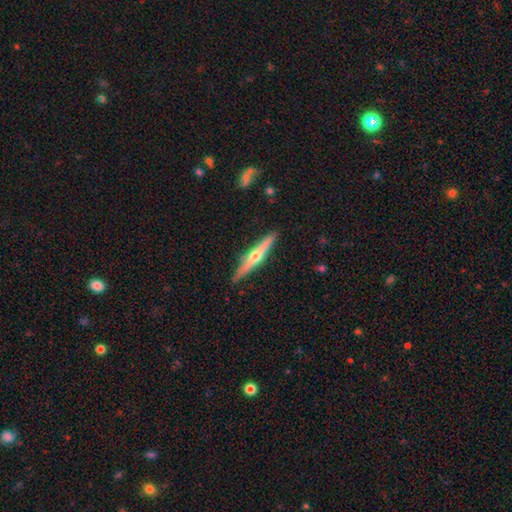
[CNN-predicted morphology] A featured or disk galaxy (70%) viewed edge-on (97%) with a rounded central bulge (93%).

Vote fractions:
- Smooth or featured? featured or disk: 70% / smooth: 25% / star or artifact: 5%
- Edge-on disk? yes: 97% / no: 3%
- Edge-on bulge? rounded: 93% / none: 5% / boxy: 3%
- Merging? none: 89% / minor disturbance: 8% / major disturbance: 2% / merger: 1%